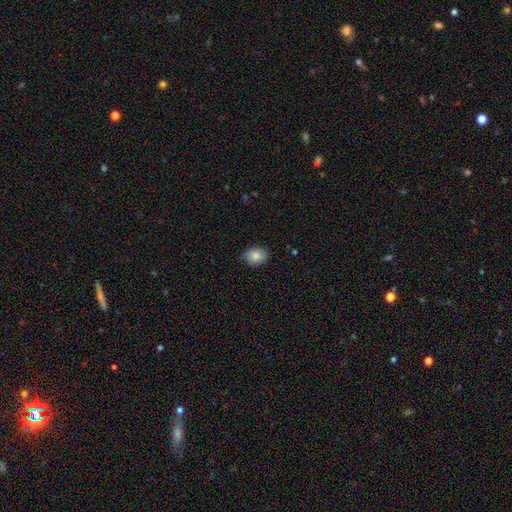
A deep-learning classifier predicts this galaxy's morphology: smooth_or_featured: smooth (p=0.85) [alt: star or artifact p=0.08]
how_rounded: in between (p=0.60) [alt: round p=0.39]
merging: none (p=0.84) [alt: minor disturbance p=0.13]